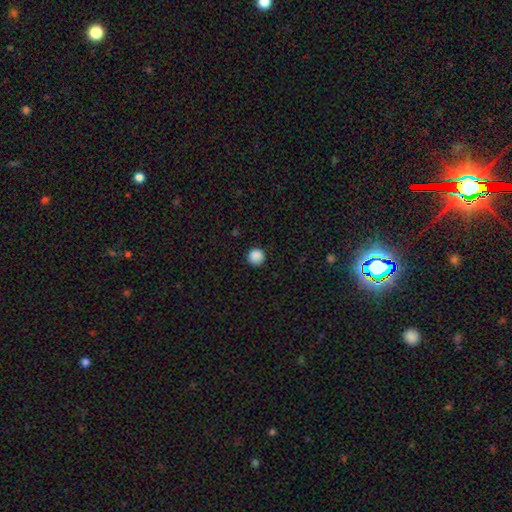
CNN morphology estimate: smooth_or_featured: smooth (p=0.88) [alt: star or artifact p=0.10]
how_rounded: round (p=0.95) [alt: in between p=0.04]
merging: none (p=0.90) [alt: minor disturbance p=0.07]